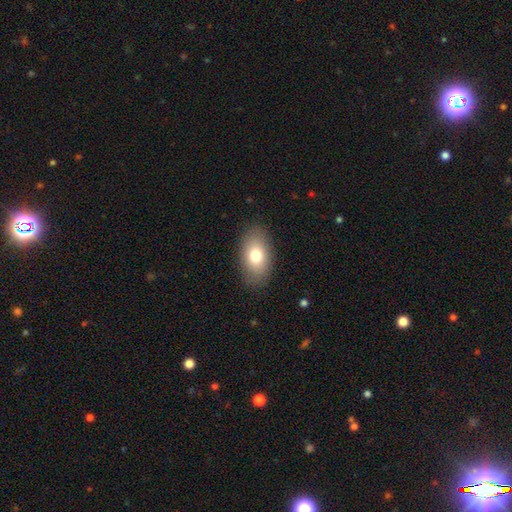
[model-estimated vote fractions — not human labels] Smooth or featured: smooth — 77% (featured or disk — 15%)
How rounded: in between — 91% (round — 7%)
Merging: none — 85% (minor disturbance — 11%)